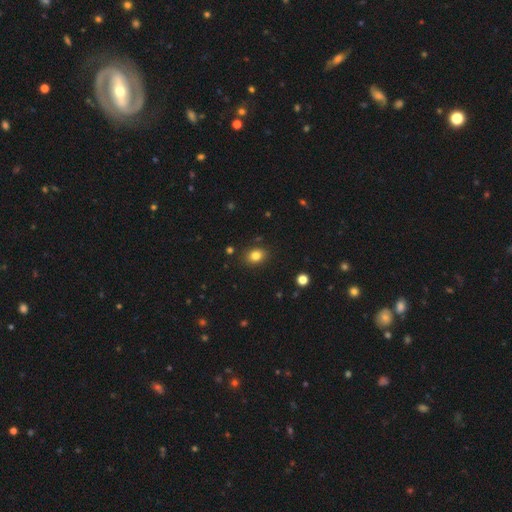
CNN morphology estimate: Q: Smooth or featured?
A: smooth (82%); runner-up: star or artifact (12%)
Q: How rounded?
A: in between (53%); runner-up: round (46%)
Q: Merging?
A: none (87%); runner-up: minor disturbance (9%)